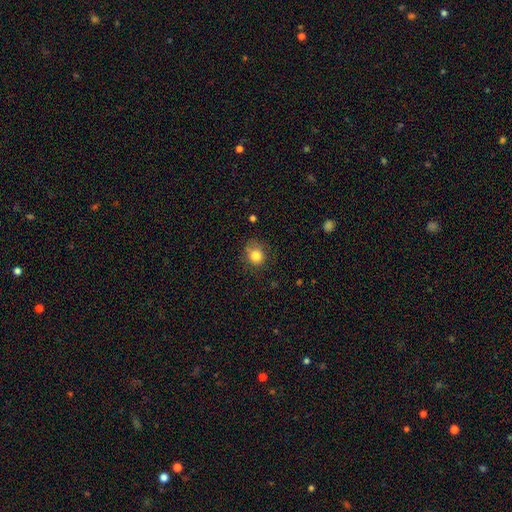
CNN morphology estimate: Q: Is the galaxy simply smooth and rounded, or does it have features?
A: smooth — 82%.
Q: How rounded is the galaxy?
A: round — 77%.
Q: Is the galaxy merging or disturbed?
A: none — 70%.